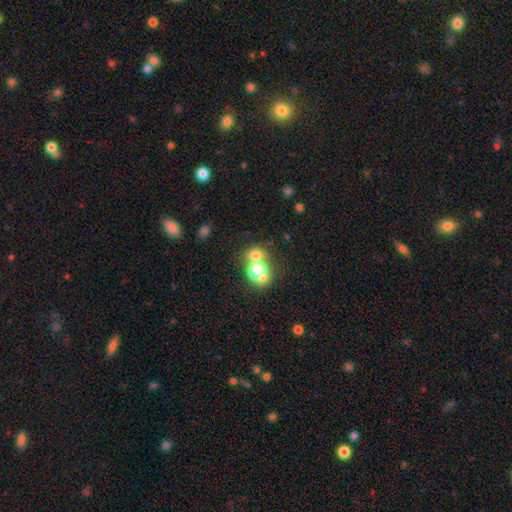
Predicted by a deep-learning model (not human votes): smooth_or_featured: smooth (p=0.67) [alt: star or artifact p=0.17]
how_rounded: round (p=0.62) [alt: in between p=0.37]
merging: merger (p=0.52) [alt: none p=0.35]